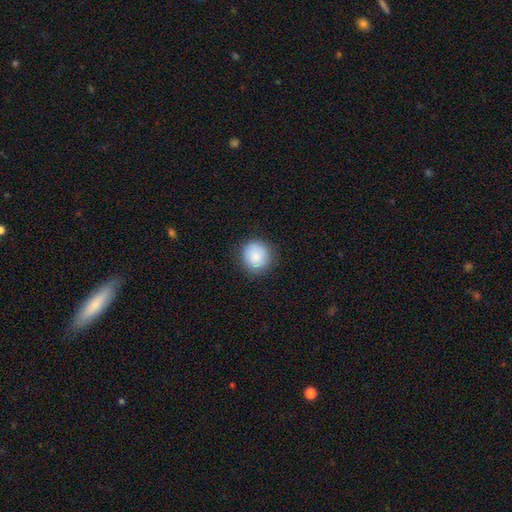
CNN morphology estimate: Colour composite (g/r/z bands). It shows a smooth galaxy with no disk features (86%) that is round (89%). Merging: none (85%).